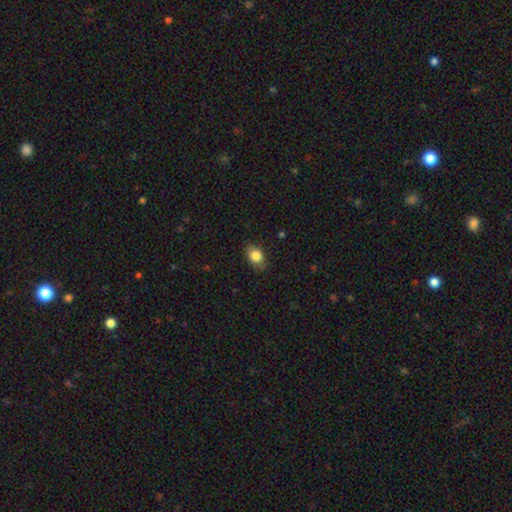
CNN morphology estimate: Smooth or featured?
  - smooth: 83% *
  - featured or disk: 9%
  - star or artifact: 8%
How rounded?
  - in between: 78% *
  - round: 21%
  - cigar-shaped: 2%
Merging?
  - none: 80% *
  - minor disturbance: 16%
  - major disturbance: 3%
  - merger: 1%